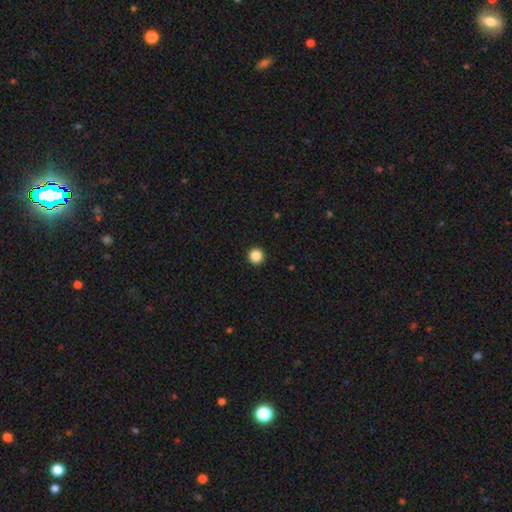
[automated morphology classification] smooth 87%, star or artifact 10%, featured or disk 3%. Down the decision tree: how rounded — round (96%); merging — none (94%).